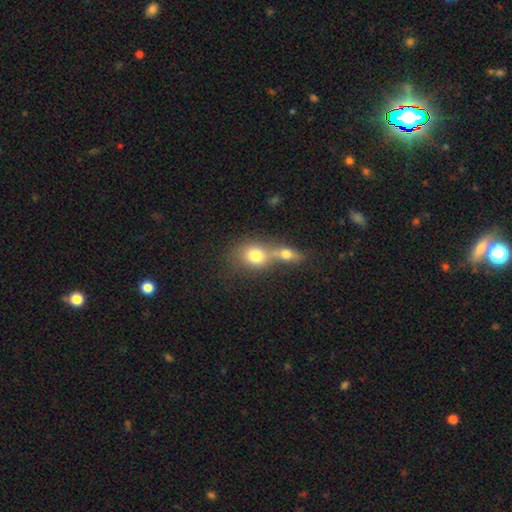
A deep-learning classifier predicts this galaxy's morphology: smooth_or_featured: smooth (p=0.76) [alt: featured or disk p=0.15]
how_rounded: round (p=0.55) [alt: in between p=0.42]
merging: merger (p=0.69) [alt: none p=0.20]